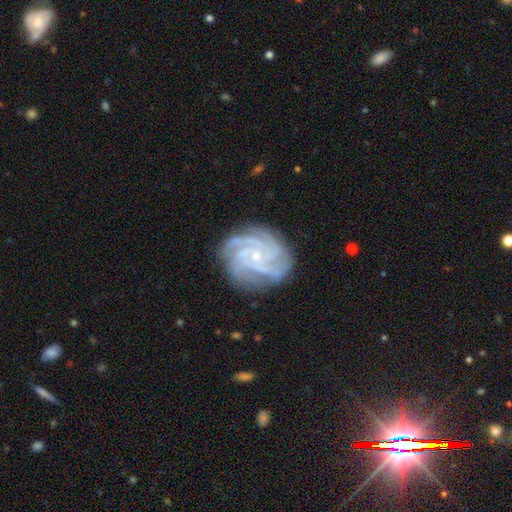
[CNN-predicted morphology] type=featured or disk (88%); edge-on=no (98%); bar=no (69%); spiral arms=yes (98%); winding=tight (72%); arm count=4 (38%); bulge=small (80%); merging=none (80%).